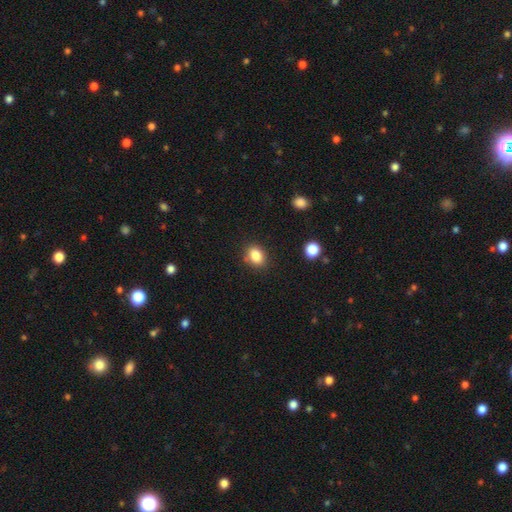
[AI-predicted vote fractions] Morphology: type=smooth (85%); roundness=in between (62%); merging=none (82%).